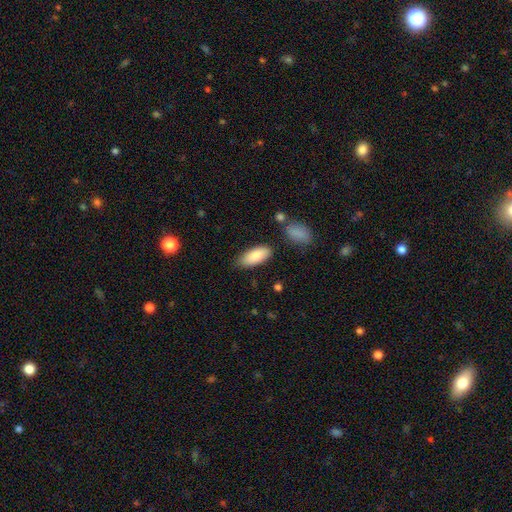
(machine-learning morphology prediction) This appears to be a smooth galaxy with no disk features (85%) that is in between round and cigar-shaped (85%). Merging: none (80%).